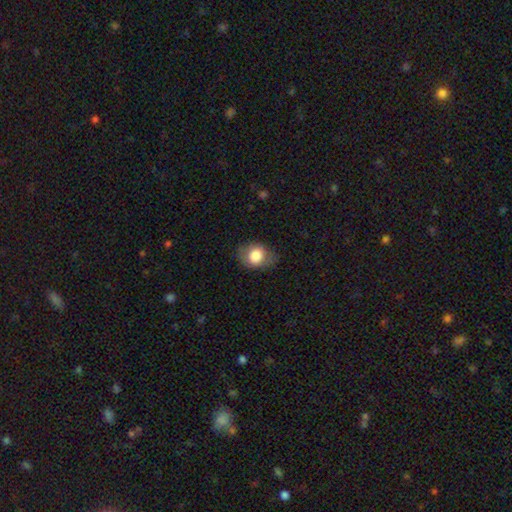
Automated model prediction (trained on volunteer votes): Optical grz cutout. It shows a smooth galaxy with no disk features (79%) that is in between round and cigar-shaped (53%). Merging: none (75%).